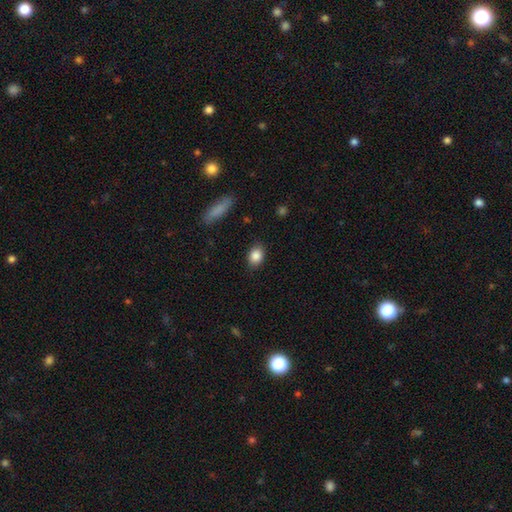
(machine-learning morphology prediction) A smooth galaxy with no disk features (87%) that is in between round and cigar-shaped (69%).

Vote fractions:
- Smooth or featured? smooth: 87% / star or artifact: 8% / featured or disk: 5%
- How rounded? in between: 69% / round: 29% / cigar-shaped: 2%
- Merging? none: 86% / minor disturbance: 11% / major disturbance: 3% / merger: 1%